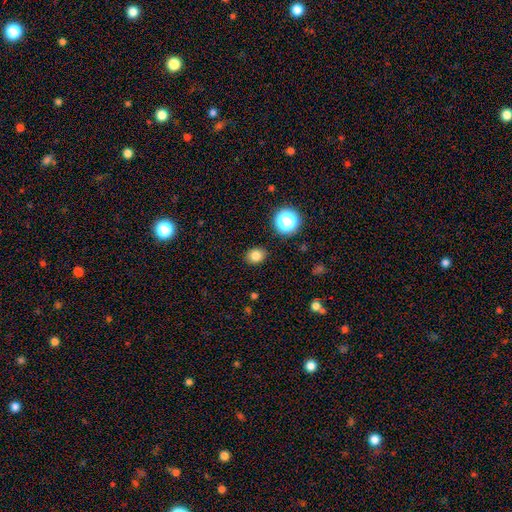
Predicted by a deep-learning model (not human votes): Q: Smooth or featured?
A: smooth (80%); runner-up: star or artifact (13%)
Q: How rounded?
A: round (59%); runner-up: in between (40%)
Q: Merging?
A: none (88%); runner-up: minor disturbance (8%)